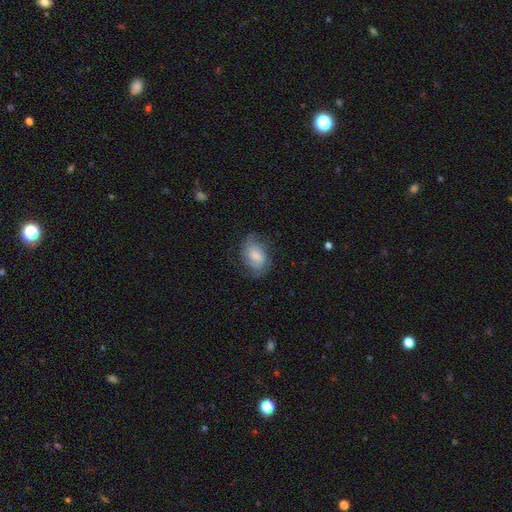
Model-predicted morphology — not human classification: smooth-or-featured: featured or disk: 50% | smooth: 42% | star or artifact: 8%
  merging: none: 62% | minor disturbance: 24% | major disturbance: 13% | merger: 1%